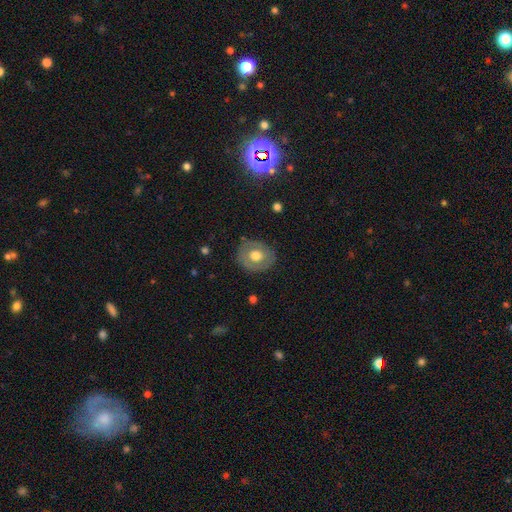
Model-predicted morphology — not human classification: smooth_or_featured: smooth (p=0.56) [alt: featured or disk p=0.37]
how_rounded: round (p=0.68) [alt: in between p=0.31]
merging: none (p=0.83) [alt: minor disturbance p=0.12]